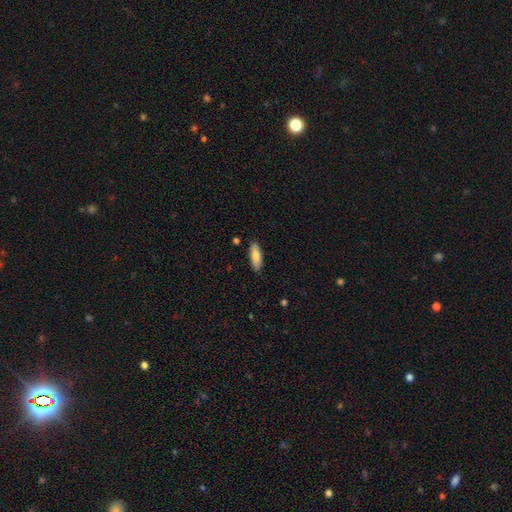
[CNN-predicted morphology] Smooth or featured?
  - smooth: 80% *
  - featured or disk: 14%
  - star or artifact: 6%
How rounded?
  - in between: 61% *
  - cigar-shaped: 37%
  - round: 2%
Merging?
  - none: 88% *
  - minor disturbance: 9%
  - major disturbance: 2%
  - merger: 1%